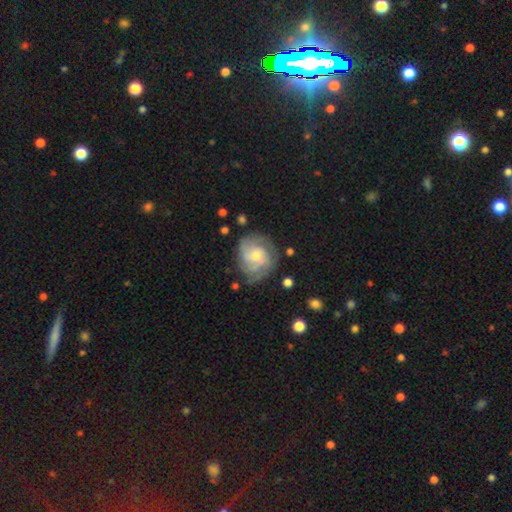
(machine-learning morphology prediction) This appears to be a featured or disk galaxy (70%) with no bar (68%), tight (50%) spiral arms (87%) and a small central bulge (48%). Merging: none (64%).